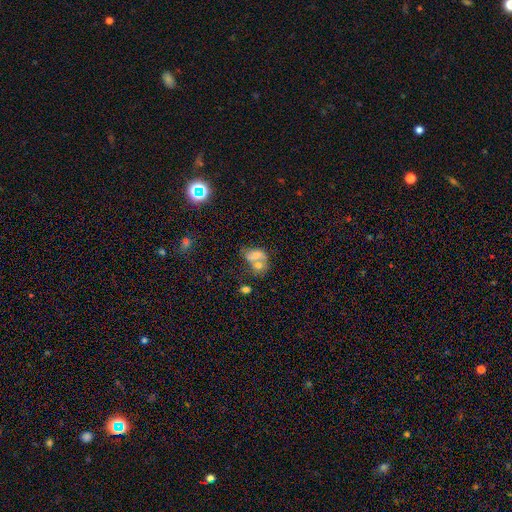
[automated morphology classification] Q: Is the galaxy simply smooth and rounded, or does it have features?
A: smooth — 55%.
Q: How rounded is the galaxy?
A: in between — 68%.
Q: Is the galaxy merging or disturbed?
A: merger — 61%.